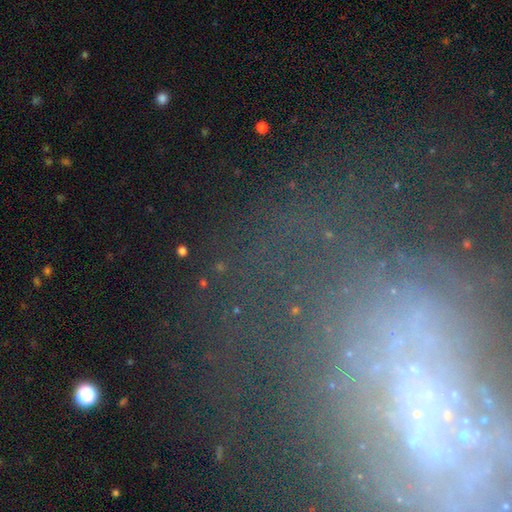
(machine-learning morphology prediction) The model was most divided on "smooth or featured": star or artifact: 52%, featured or disk: 30%, smooth: 18%.